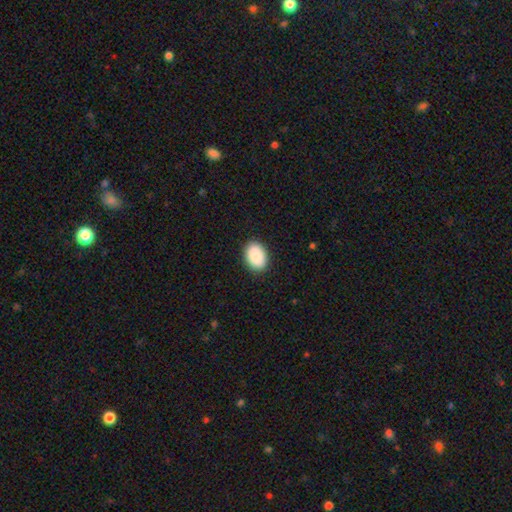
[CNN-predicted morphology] Smooth or featured? Predicted: smooth (p=0.90). How rounded? Predicted: in between (p=0.85). Merging? Predicted: none (p=0.89).